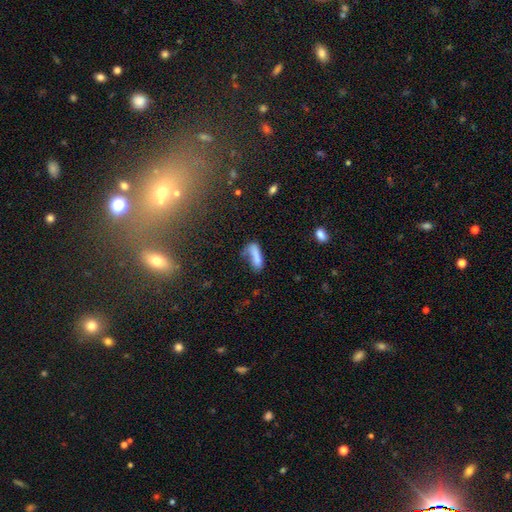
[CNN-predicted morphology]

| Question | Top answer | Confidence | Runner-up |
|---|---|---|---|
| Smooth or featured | smooth | 73% | featured or disk (16%) |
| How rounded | in between | 53% | cigar-shaped (44%) |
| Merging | none | 32% | merger (31%) |